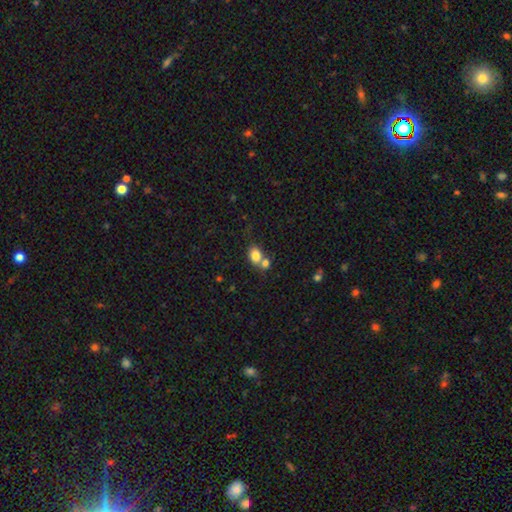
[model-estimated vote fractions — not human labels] smooth-or-featured: smooth: 80% | featured or disk: 11% | star or artifact: 10%
  how-rounded: in between: 54% | round: 44% | cigar-shaped: 1%
  merging: merger: 45% | none: 41% | minor disturbance: 10% | major disturbance: 4%